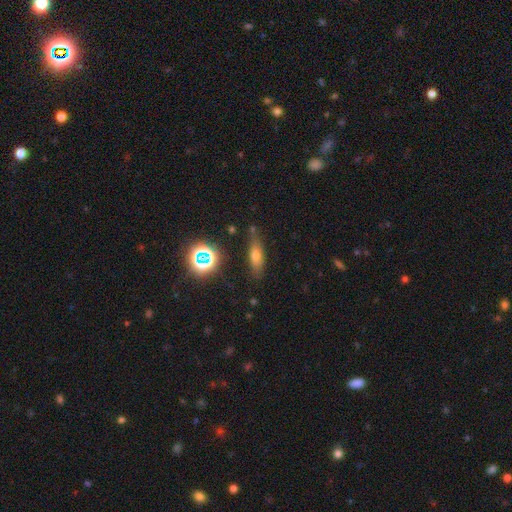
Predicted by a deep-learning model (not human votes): Morphology: type=smooth (58%); roundness=in between (48%); merging=none (76%).